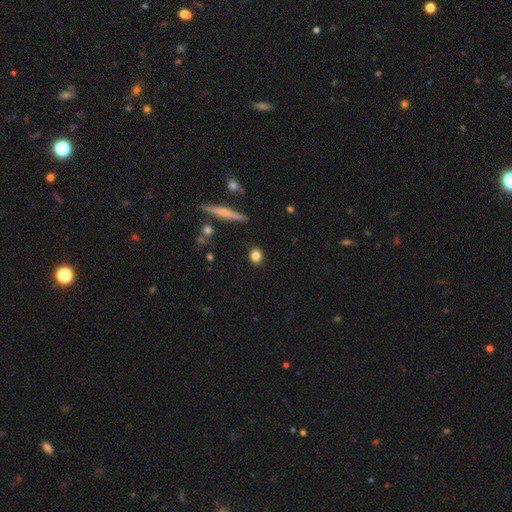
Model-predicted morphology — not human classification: Smooth or featured: smooth — 82% (featured or disk — 9%)
How rounded: round — 63% (in between — 32%)
Merging: none — 88% (minor disturbance — 8%)